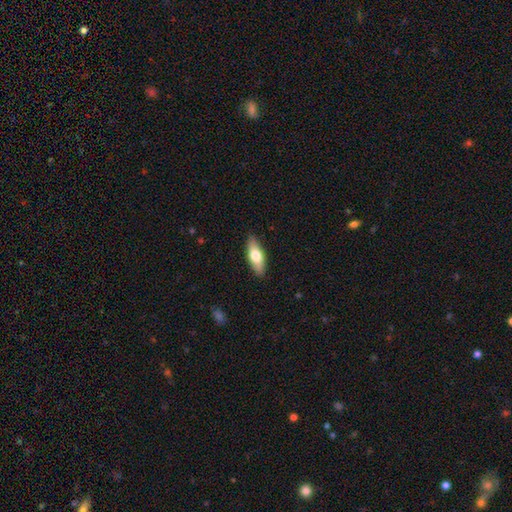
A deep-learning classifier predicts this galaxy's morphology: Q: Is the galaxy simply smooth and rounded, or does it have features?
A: smooth — 64%.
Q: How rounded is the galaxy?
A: in between — 67%.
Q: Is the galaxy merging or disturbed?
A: none — 88%.